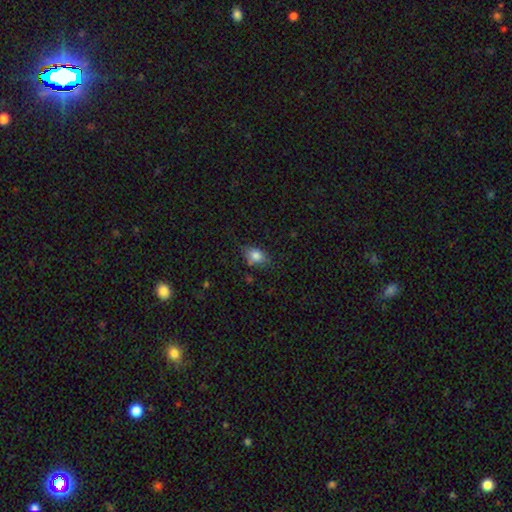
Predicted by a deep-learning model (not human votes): smooth_or_featured: smooth (p=0.79) [alt: featured or disk p=0.11]
how_rounded: in between (p=0.74) [alt: round p=0.23]
merging: none (p=0.69) [alt: minor disturbance p=0.22]